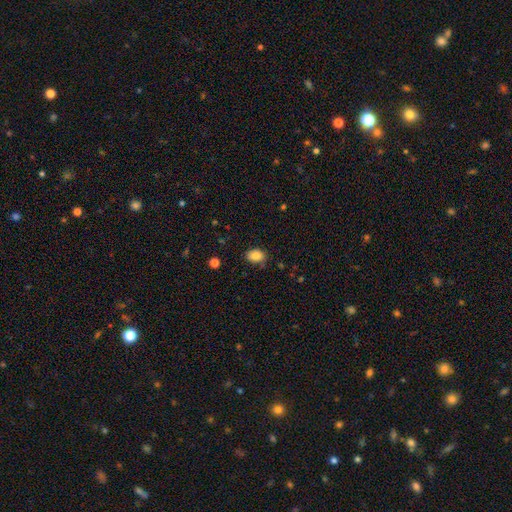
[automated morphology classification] The model was most divided on "how rounded": in between: 76%, round: 23%, cigar-shaped: 1%. More confident: smooth or featured — smooth (85%); merging — none (77%).